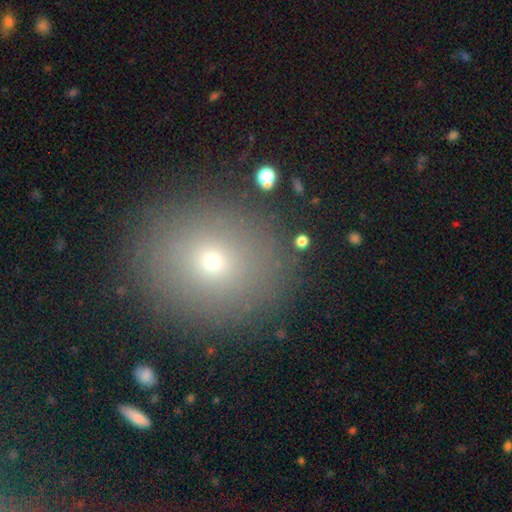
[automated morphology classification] This is likely a smooth galaxy (67%). How rounded: likely round (75%). Merging: clearly none (88%).